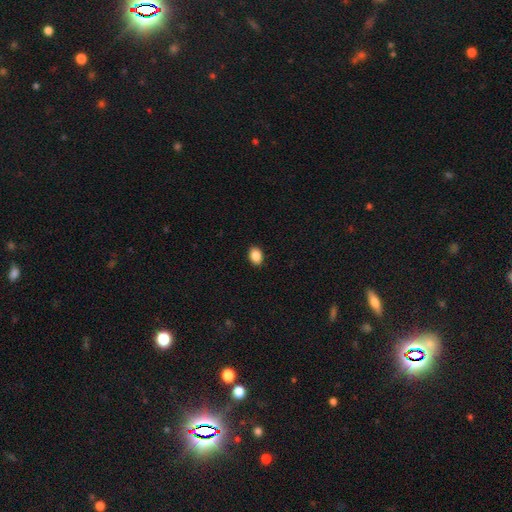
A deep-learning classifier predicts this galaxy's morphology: type=smooth (88%); roundness=in between (74%); merging=none (90%).